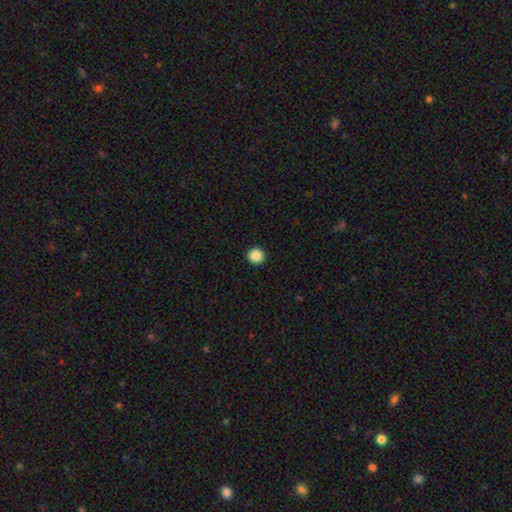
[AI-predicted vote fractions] smooth_or_featured: smooth (p=0.87) [alt: star or artifact p=0.09]
how_rounded: round (p=0.95) [alt: in between p=0.04]
merging: none (p=0.94) [alt: minor disturbance p=0.04]